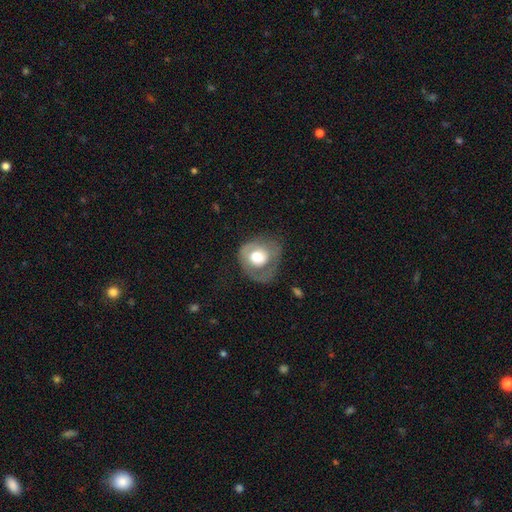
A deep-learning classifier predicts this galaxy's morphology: type=featured or disk (48%); merging=major disturbance (38%).